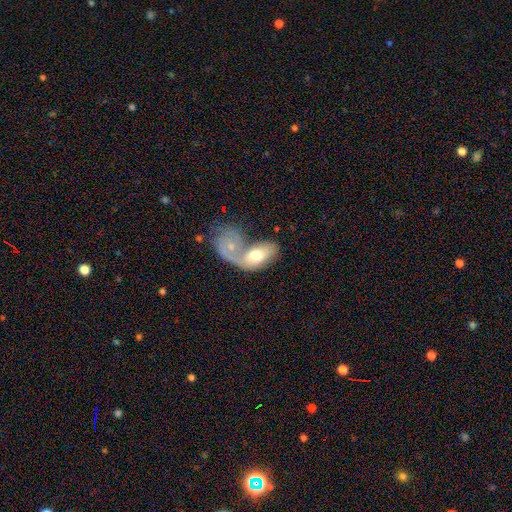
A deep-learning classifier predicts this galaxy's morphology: Smooth or featured? smooth (53%)
How rounded? in between (88%)
Merging? merger (66%)